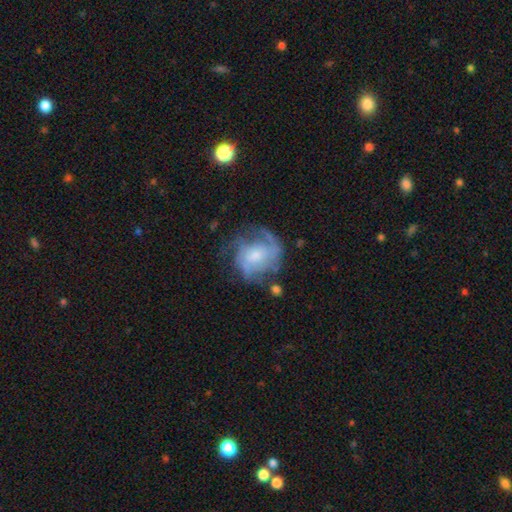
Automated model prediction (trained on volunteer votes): Q: Smooth or featured?
A: featured or disk (73%); runner-up: smooth (20%)
Q: Edge-on disk?
A: no (98%); runner-up: yes (2%)
Q: Bar?
A: no (58%); runner-up: weak (35%)
Q: Spiral arms?
A: yes (85%); runner-up: no (15%)
Q: Spiral winding?
A: medium (43%); runner-up: tight (34%)
Q: Spiral arm count?
A: can't tell (32%); tied with: 2 (32%)
Q: Bulge size?
A: small (47%); runner-up: moderate (38%)
Q: Merging?
A: none (53%); runner-up: minor disturbance (22%)